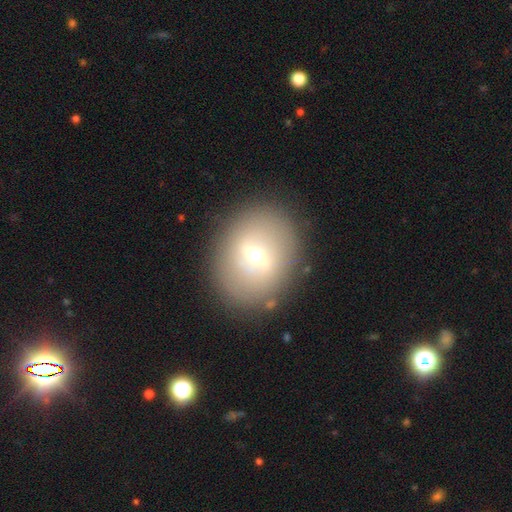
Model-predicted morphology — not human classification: A smooth galaxy with no disk features (49%). Merging: none (85%).